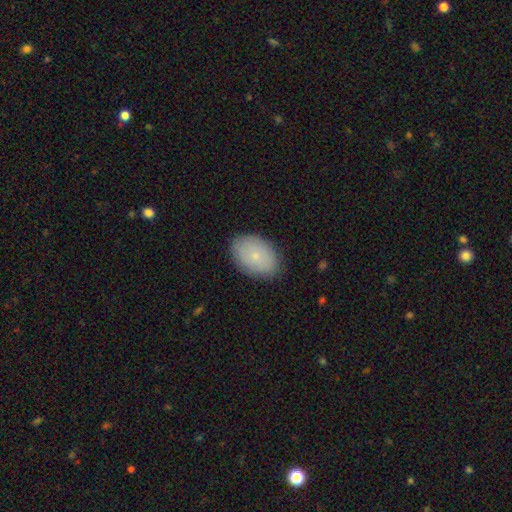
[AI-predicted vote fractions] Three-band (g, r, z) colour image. It shows a smooth galaxy with no disk features (79%) that is in between round and cigar-shaped (88%). Merging: none (86%).